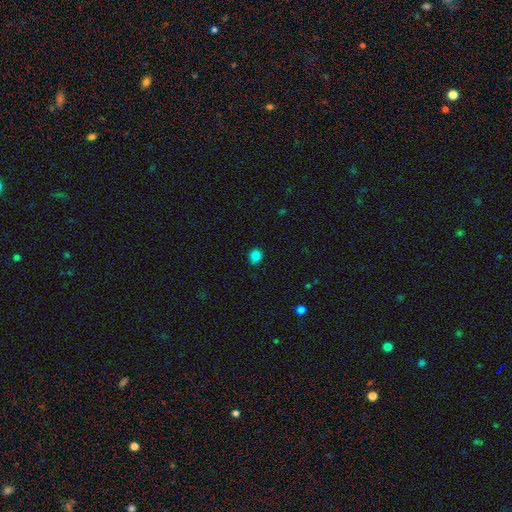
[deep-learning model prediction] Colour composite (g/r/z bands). It shows a smooth galaxy with no disk features (83%) that is round (74%). Merging: none (85%).